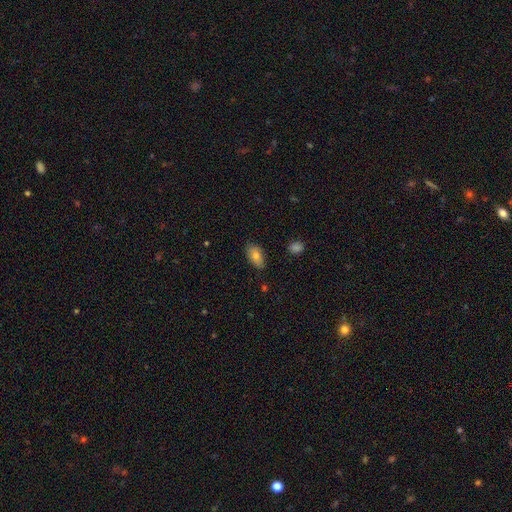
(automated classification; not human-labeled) The model was most divided on "merging": none: 79%, minor disturbance: 17%, major disturbance: 3%, merger: 1%. More confident: how rounded — in between (91%); smooth or featured — smooth (77%).